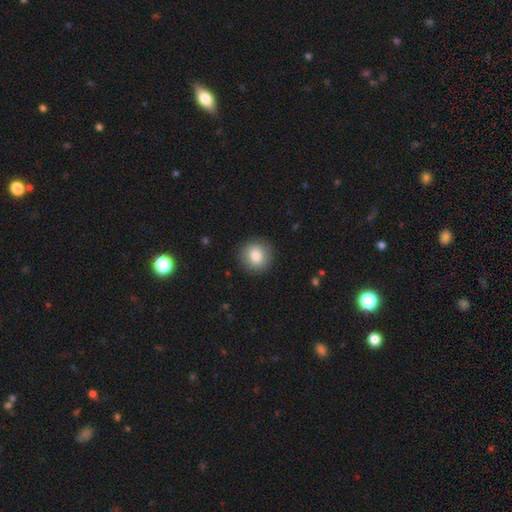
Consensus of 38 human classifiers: smooth 95%, star or artifact 5%, featured or disk 0%. Down the decision tree: how rounded — round (89%); merging — none (83%).